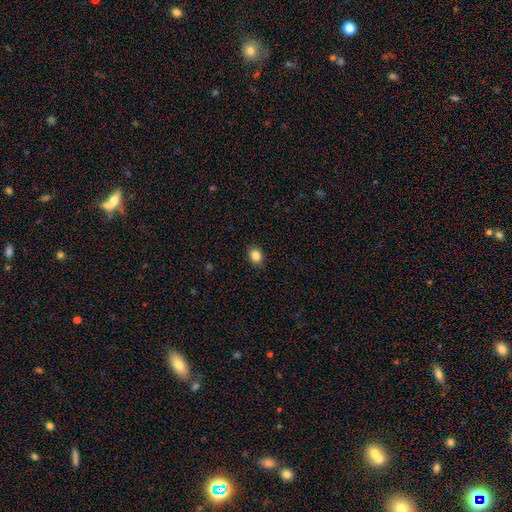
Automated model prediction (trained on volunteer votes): smooth_or_featured: smooth (p=0.85) [alt: star or artifact p=0.10]
how_rounded: in between (p=0.50) [alt: round p=0.49]
merging: none (p=0.89) [alt: minor disturbance p=0.08]